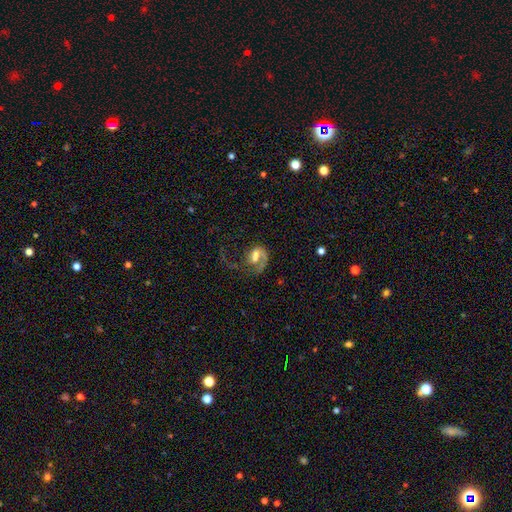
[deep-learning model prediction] This appears to be a featured or disk galaxy (70%) with no bar (53%), 1 (81%) loose (48%) spiral arms (83%) and a moderate central bulge (48%). Merging: major disturbance (41%).